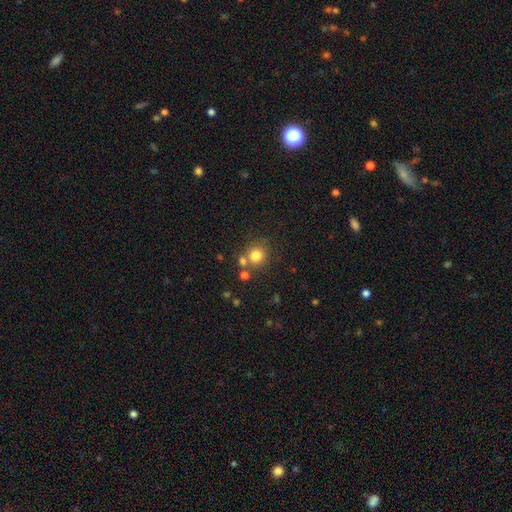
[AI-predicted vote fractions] smooth-or-featured: smooth: 79% | star or artifact: 13% | featured or disk: 8%
  how-rounded: round: 89% | in between: 10% | cigar-shaped: 1%
  merging: none: 67% | merger: 19% | minor disturbance: 10% | major disturbance: 4%